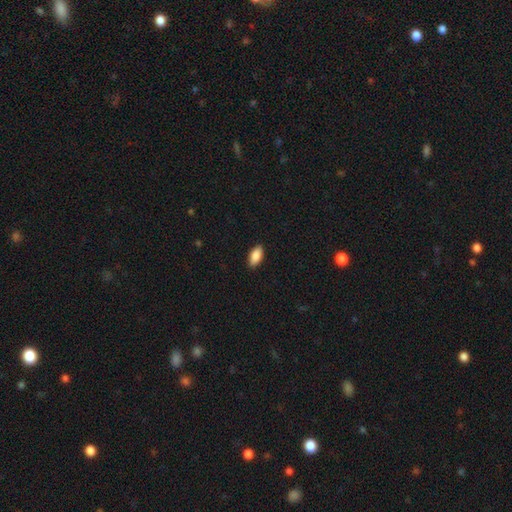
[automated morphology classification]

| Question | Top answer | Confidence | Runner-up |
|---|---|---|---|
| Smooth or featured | smooth | 89% | star or artifact (6%) |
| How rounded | in between | 92% | cigar-shaped (6%) |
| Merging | none | 89% | minor disturbance (8%) |